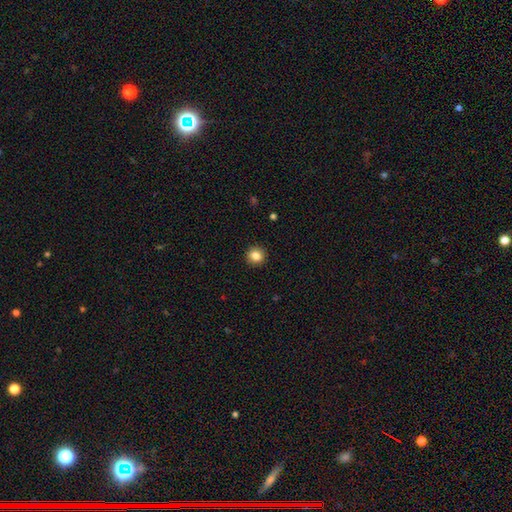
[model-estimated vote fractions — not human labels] Overall: smooth (85%). How rounded: round (89%). Merging: none (92%).